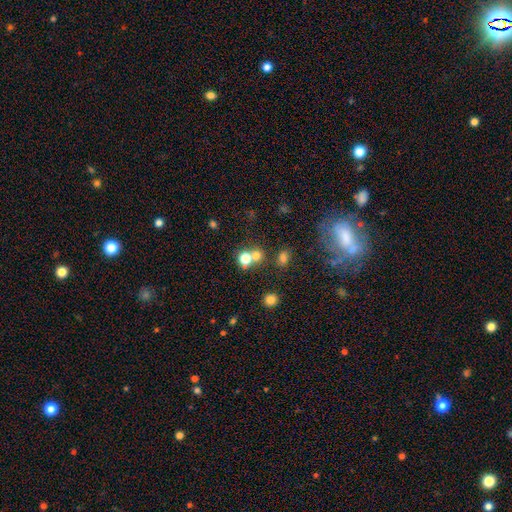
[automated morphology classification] This appears to be a smooth galaxy with no disk features (68%) that is round (80%). Merging: none (50%).